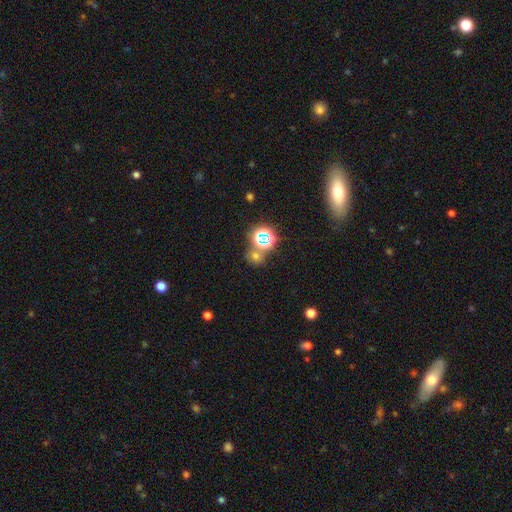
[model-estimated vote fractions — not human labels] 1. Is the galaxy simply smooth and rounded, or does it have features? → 48% smooth, 44% star or artifact, 9% featured or disk.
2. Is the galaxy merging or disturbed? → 62% none, 24% merger, 9% minor disturbance, 5% major disturbance.